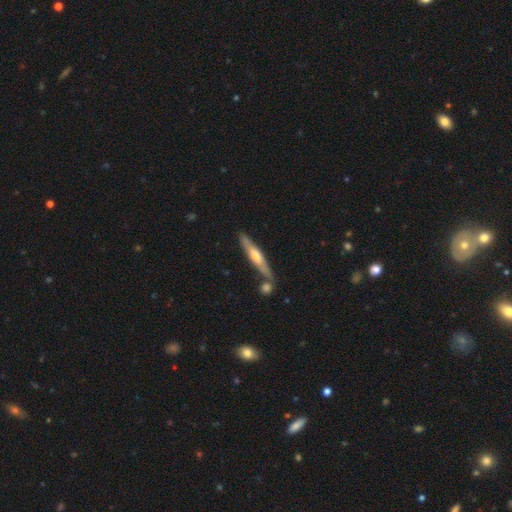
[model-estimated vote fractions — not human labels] Morphology: type=featured or disk (55%); edge-on=yes (92%); edge-on bulge=rounded (76%); merging=none (75%).